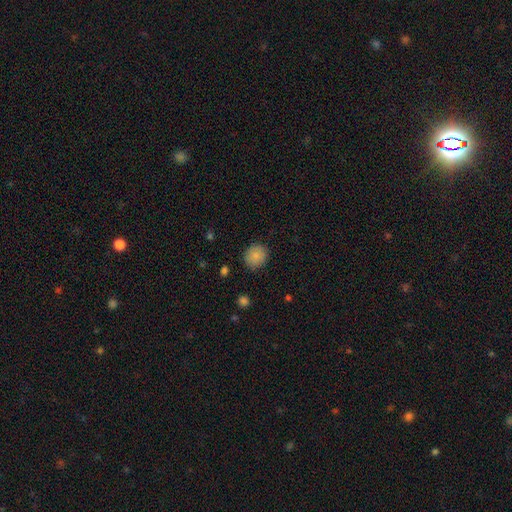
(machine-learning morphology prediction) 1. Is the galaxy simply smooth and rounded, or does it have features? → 84% smooth, 9% star or artifact, 7% featured or disk.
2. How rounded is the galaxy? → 84% round, 15% in between, 1% cigar-shaped.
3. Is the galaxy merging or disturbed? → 85% none, 11% minor disturbance, 3% major disturbance, 1% merger.